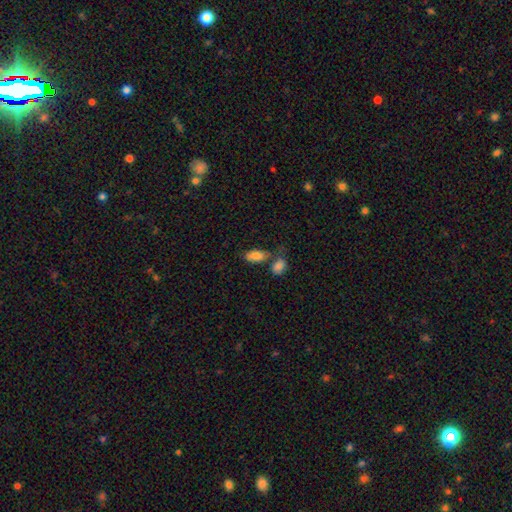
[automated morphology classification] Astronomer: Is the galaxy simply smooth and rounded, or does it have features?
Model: smooth — 82%.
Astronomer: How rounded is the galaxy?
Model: in between — 91%.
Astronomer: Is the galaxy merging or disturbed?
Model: none — 54%.